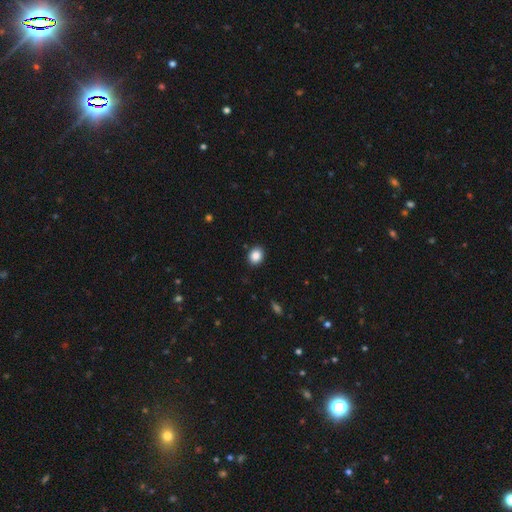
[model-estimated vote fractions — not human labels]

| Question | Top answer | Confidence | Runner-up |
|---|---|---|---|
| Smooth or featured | smooth | 87% | star or artifact (9%) |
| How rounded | round | 55% | in between (44%) |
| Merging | none | 90% | minor disturbance (7%) |